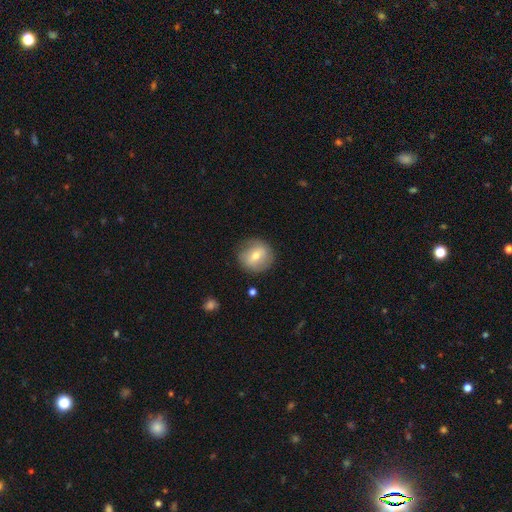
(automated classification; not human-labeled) This appears to be a smooth galaxy with no disk features (63%) that is round (88%). Merging: none (83%).